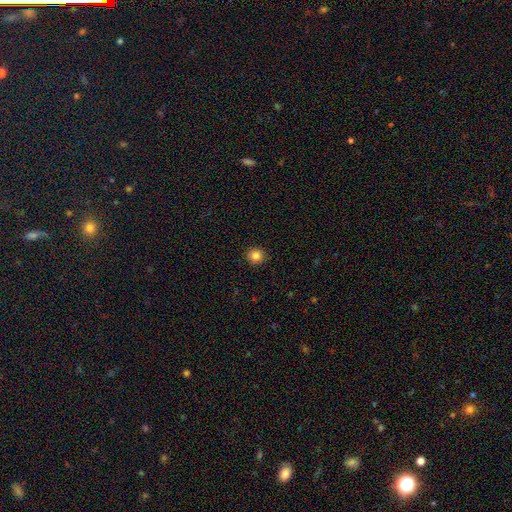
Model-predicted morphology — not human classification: smooth_or_featured: smooth (p=0.84) [alt: star or artifact p=0.11]
how_rounded: round (p=0.90) [alt: in between p=0.09]
merging: none (p=0.92) [alt: minor disturbance p=0.05]